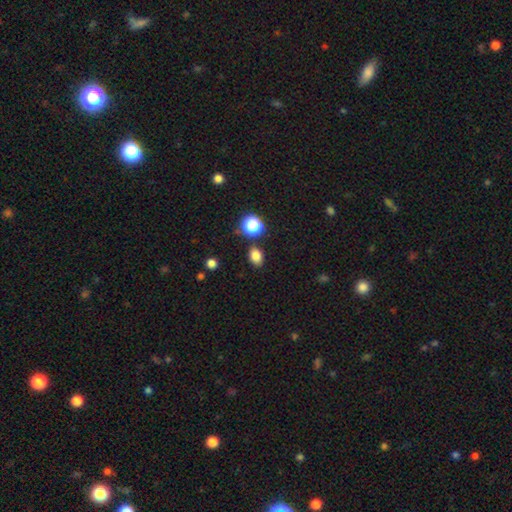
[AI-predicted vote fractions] Smooth or featured? smooth (81%)
How rounded? in between (66%)
Merging? none (82%)